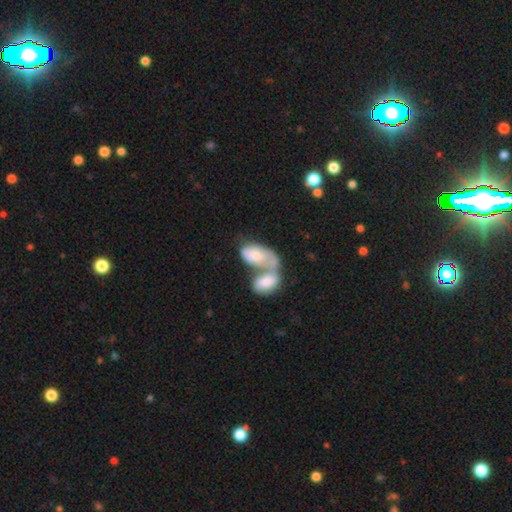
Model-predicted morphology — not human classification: Smooth or featured? smooth (65%)
How rounded? in between (93%)
Merging? merger (76%)